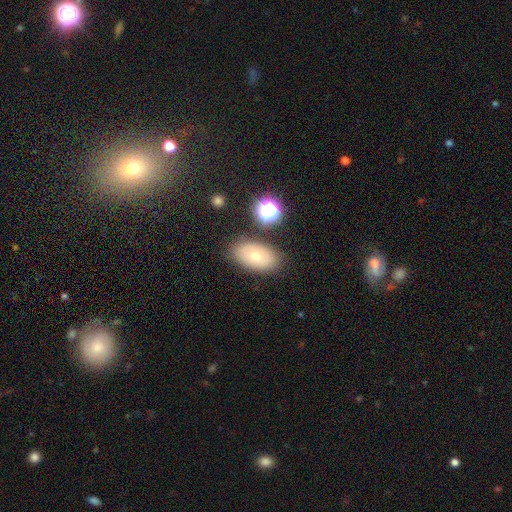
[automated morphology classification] A smooth galaxy with no disk features (62%) that is in between round and cigar-shaped (91%). Merging: none (83%).